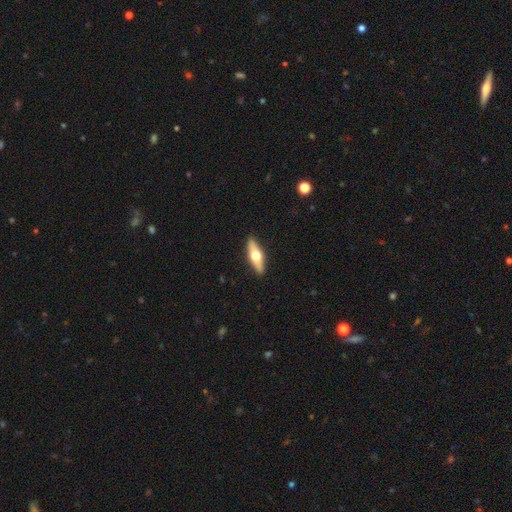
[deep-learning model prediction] smooth-or-featured: featured or disk: 51% | smooth: 43% | star or artifact: 5%
  disk-edge-on: yes: 89% | no: 11%
  merging: none: 91% | minor disturbance: 7% | major disturbance: 2% | merger: 1%